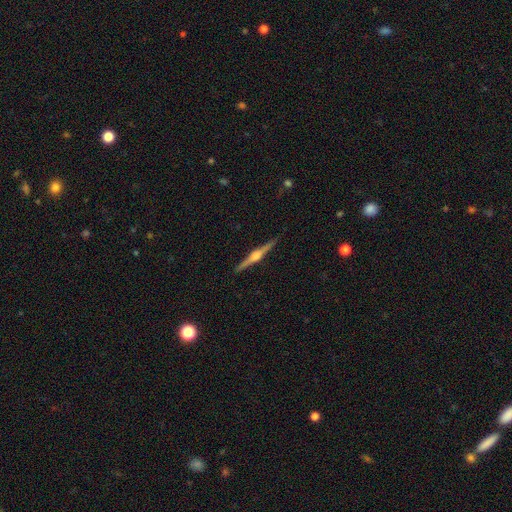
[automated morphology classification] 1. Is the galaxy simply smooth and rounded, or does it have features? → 84% featured or disk, 11% smooth, 5% star or artifact.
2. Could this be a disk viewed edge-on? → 99% yes, 1% no.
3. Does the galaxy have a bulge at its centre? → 92% rounded, 5% boxy, 2% none.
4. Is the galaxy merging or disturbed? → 92% none, 6% minor disturbance, 1% major disturbance, 1% merger.